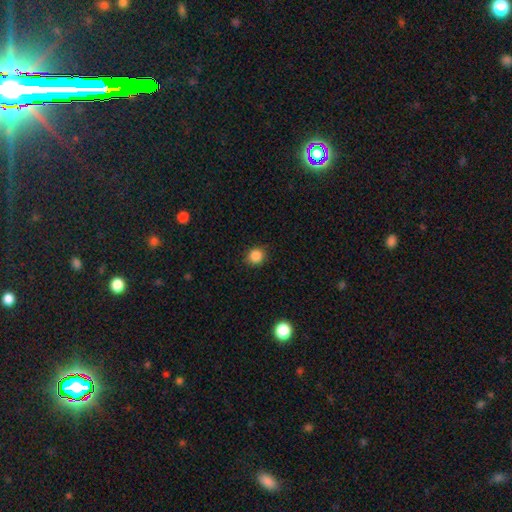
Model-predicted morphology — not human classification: A smooth galaxy with no disk features (86%) that is round (86%). Merging: none (89%).